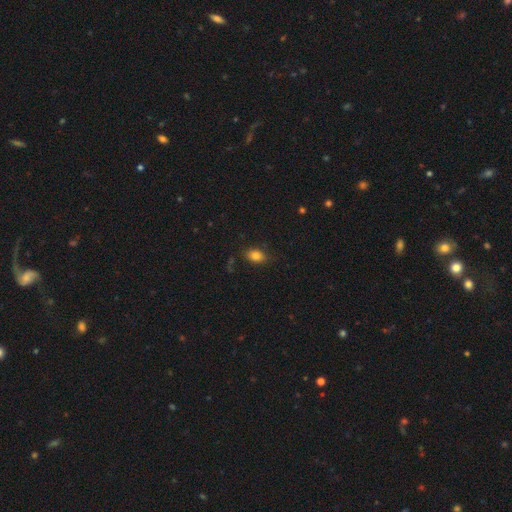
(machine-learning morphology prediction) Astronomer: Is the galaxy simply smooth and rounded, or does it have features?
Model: smooth — 83%.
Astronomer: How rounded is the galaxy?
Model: in between — 84%.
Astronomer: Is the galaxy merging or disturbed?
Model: none — 82%.